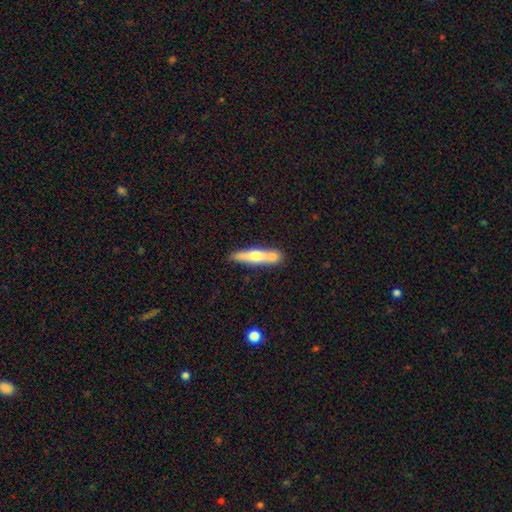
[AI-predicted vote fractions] The model was most divided on "smooth or featured": smooth: 55%, featured or disk: 39%, star or artifact: 6%. More confident: how rounded — cigar-shaped (82%); merging — none (57%).